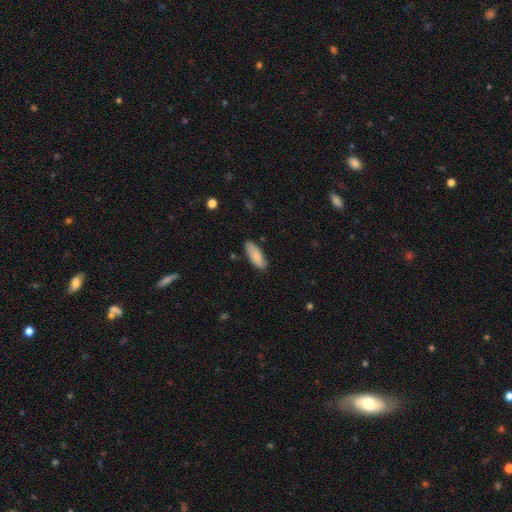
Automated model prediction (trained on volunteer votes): Morphology: type=smooth (83%); roundness=in between (75%); merging=none (83%).